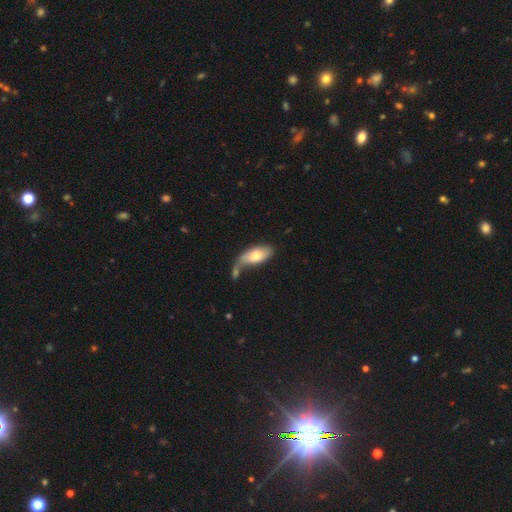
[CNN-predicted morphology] A smooth galaxy with no disk features (68%) that is in between round and cigar-shaped (87%).

Vote fractions:
- Smooth or featured? smooth: 68% / featured or disk: 26% / star or artifact: 6%
- How rounded? in between: 87% / cigar-shaped: 10% / round: 3%
- Merging? merger: 38% / none: 29% / minor disturbance: 18% / major disturbance: 15%